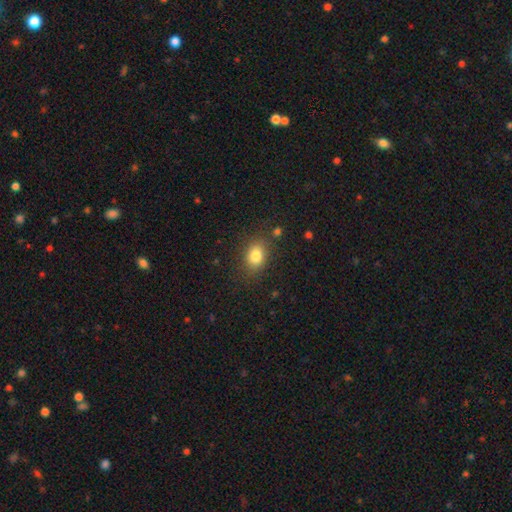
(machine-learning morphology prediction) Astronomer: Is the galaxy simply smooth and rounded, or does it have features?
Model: smooth — 83%.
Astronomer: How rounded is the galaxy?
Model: in between — 62%.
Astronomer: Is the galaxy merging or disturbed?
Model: none — 80%.